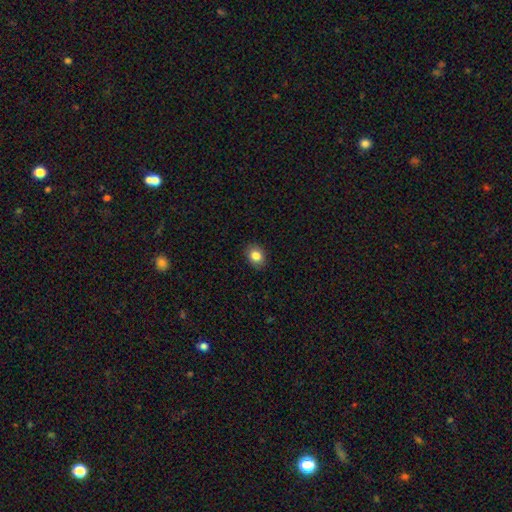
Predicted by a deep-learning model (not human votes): Overall: smooth (84%). How rounded: in between (58%; round 41%). Merging: none (88%).